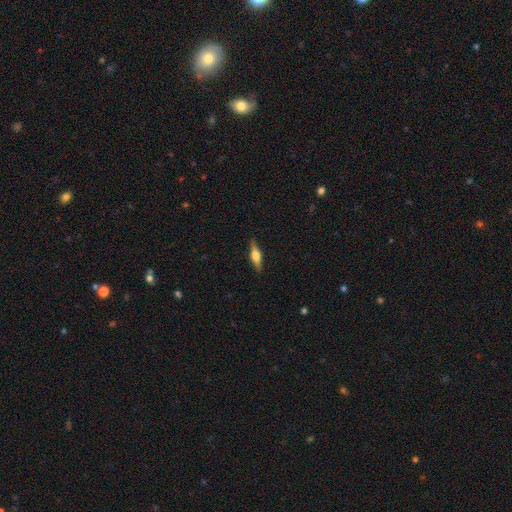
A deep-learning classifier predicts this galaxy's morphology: Smooth or featured? Predicted: featured or disk (p=0.51). Edge-on disk? Predicted: yes (p=0.94). Merging? Predicted: none (p=0.86).